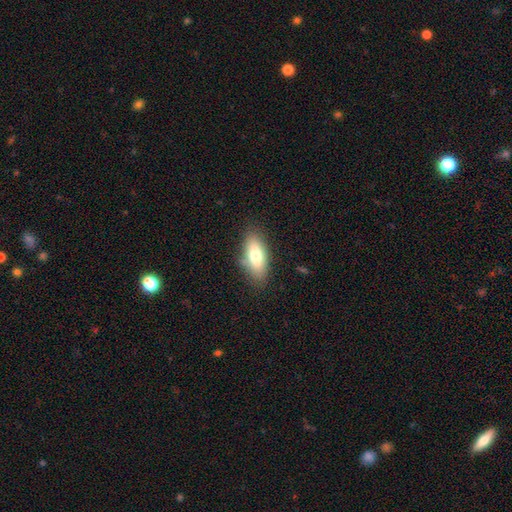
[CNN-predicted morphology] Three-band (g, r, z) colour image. It shows a smooth galaxy with no disk features (75%) that is in between round and cigar-shaped (80%). Merging: none (79%).